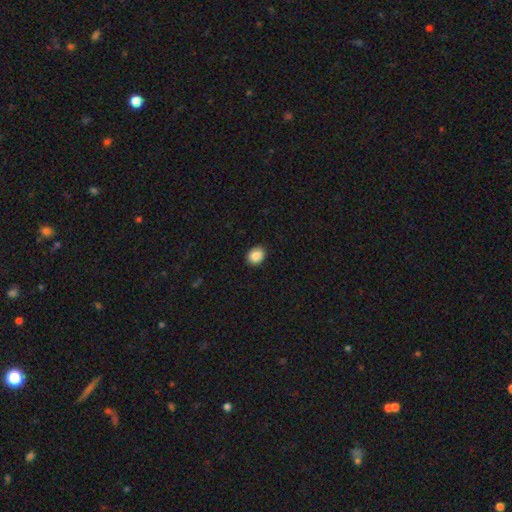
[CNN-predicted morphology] Smooth or featured? Predicted: smooth (p=0.88). How rounded? Predicted: round (p=0.53). Merging? Predicted: none (p=0.91).